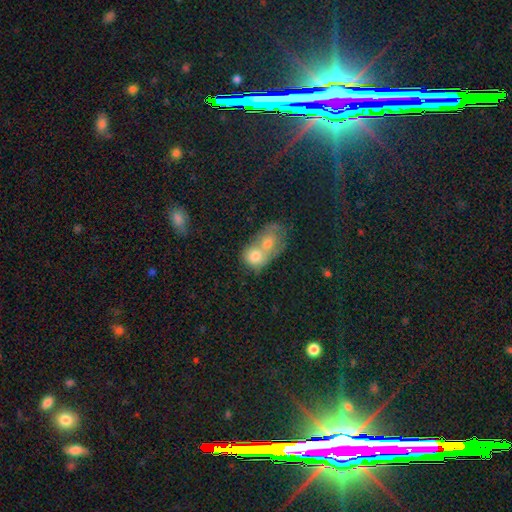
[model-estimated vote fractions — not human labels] This appears to be a smooth galaxy with no disk features (68%) that is round (56%). Merging: merger (76%).